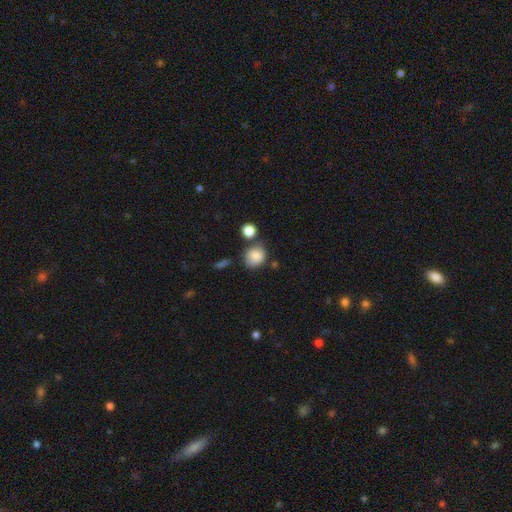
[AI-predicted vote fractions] A smooth galaxy with no disk features (80%) that is round (69%). Merging: none (62%).